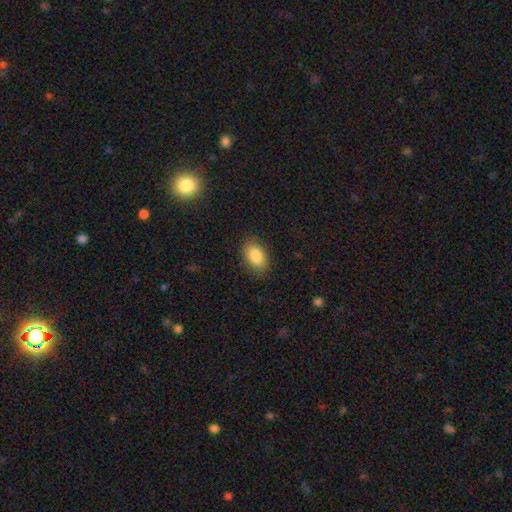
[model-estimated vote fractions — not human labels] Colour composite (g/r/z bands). It shows a smooth galaxy with no disk features (85%) that is in between round and cigar-shaped (90%). Merging: none (85%).